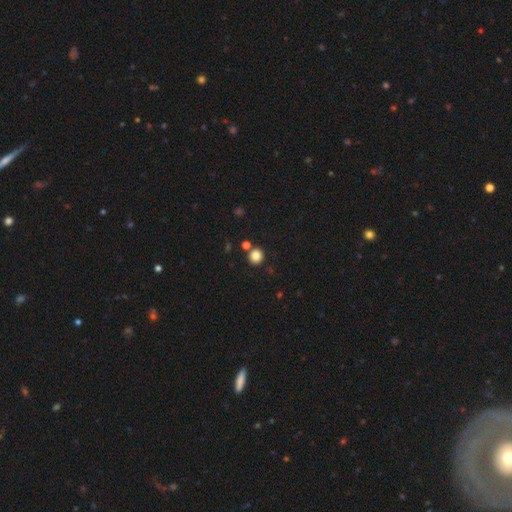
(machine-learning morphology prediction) Overall: smooth (84%). How rounded: round (90%). Merging: none (81%).